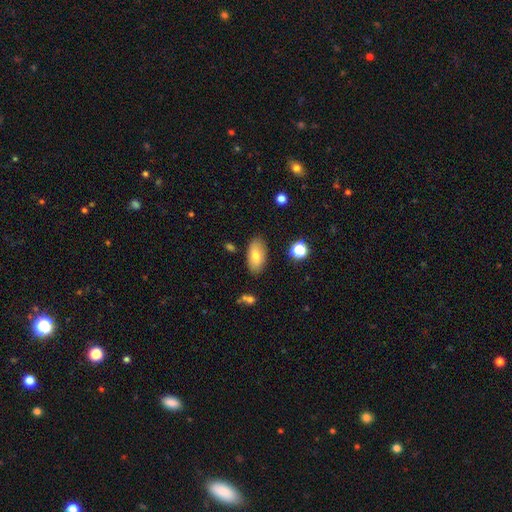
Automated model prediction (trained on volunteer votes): smooth_or_featured: smooth (p=0.75) [alt: featured or disk p=0.17]
how_rounded: in between (p=0.92) [alt: cigar-shaped p=0.05]
merging: none (p=0.83) [alt: minor disturbance p=0.12]